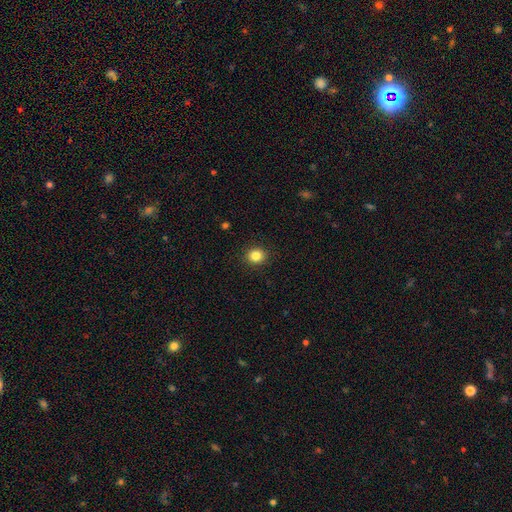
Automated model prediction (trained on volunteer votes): A smooth galaxy with no disk features (84%) that is round (84%). Merging: none (92%).